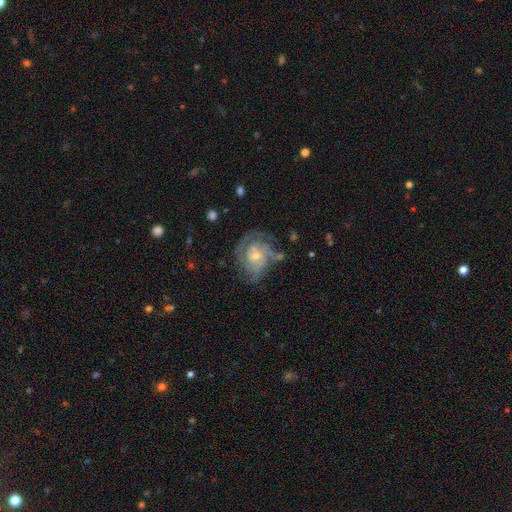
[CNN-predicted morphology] The model was most divided on "spiral arm count": can't tell: 33%, 2: 27%, 3: 23%, 1: 7%, 4: 6%, more than 4: 4%. More confident: edge-on disk — no (98%); spiral arms — yes (89%); smooth or featured — featured or disk (79%); bar — no (68%); spiral winding — tight (57%); bulge size — small (55%); merging — none (53%).